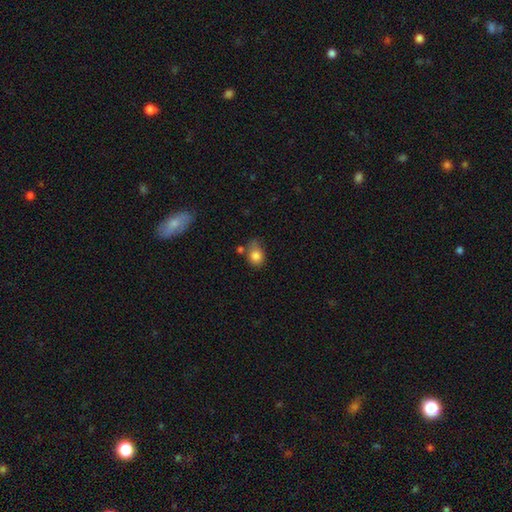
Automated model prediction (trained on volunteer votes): Smooth or featured? smooth (83%)
How rounded? round (53%)
Merging? none (51%)